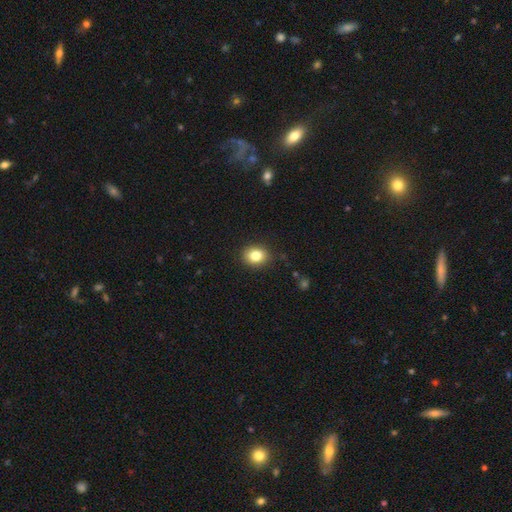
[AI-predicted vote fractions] Smooth or featured? smooth (83%)
How rounded? round (56%)
Merging? none (88%)